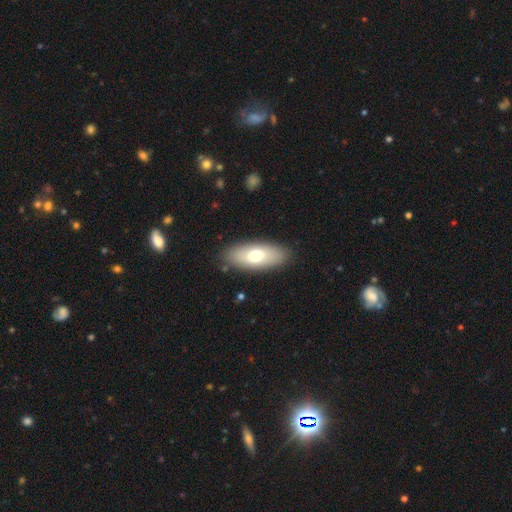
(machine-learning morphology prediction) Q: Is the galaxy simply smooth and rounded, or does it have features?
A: smooth — 70%.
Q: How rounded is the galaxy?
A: in between — 82%.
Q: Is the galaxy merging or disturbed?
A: none — 87%.